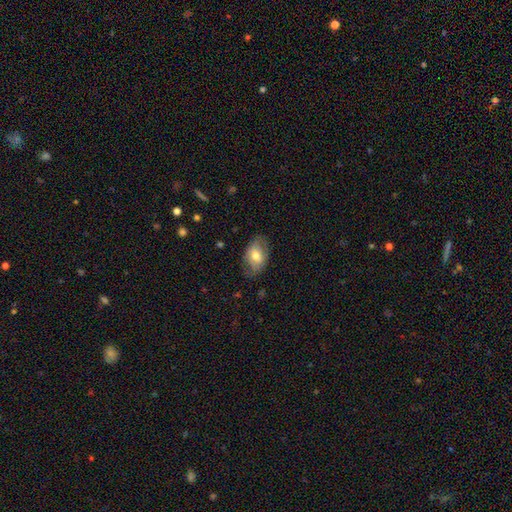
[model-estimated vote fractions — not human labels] A smooth galaxy with no disk features (59%) that is in between round and cigar-shaped (86%). Merging: none (71%).